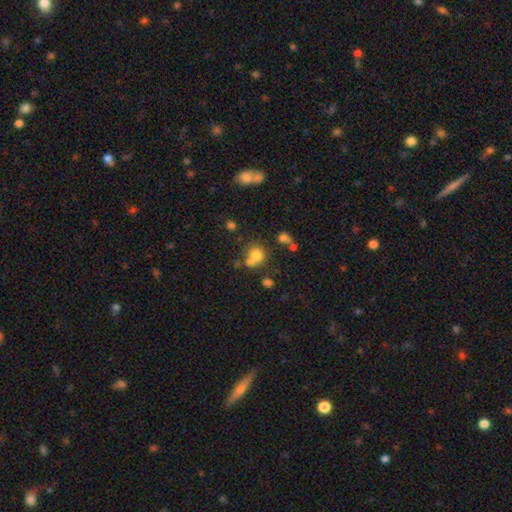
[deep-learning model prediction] Q: Smooth or featured?
A: smooth (73%); runner-up: star or artifact (14%)
Q: How rounded?
A: round (78%); runner-up: in between (21%)
Q: Merging?
A: none (45%); runner-up: merger (38%)